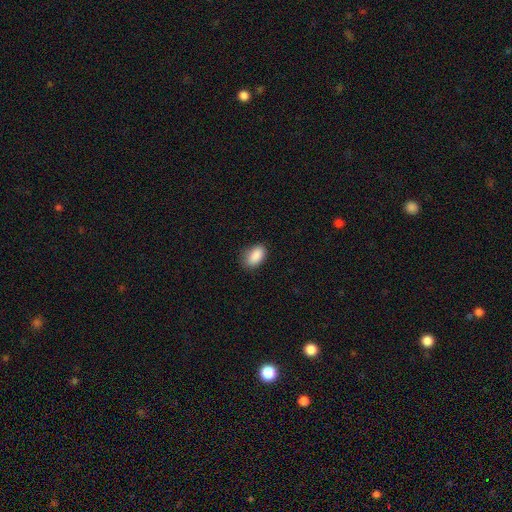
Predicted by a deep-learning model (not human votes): This appears to be a smooth galaxy with no disk features (89%) that is in between round and cigar-shaped (92%). Merging: none (78%).